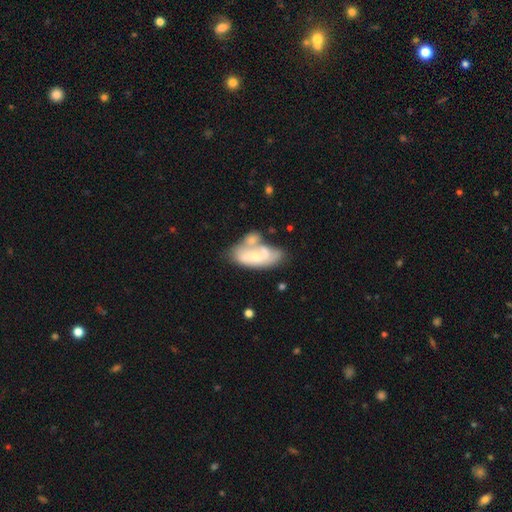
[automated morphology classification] type=featured or disk (55%); edge-on=no (92%); bar=no (68%); spiral arms=yes (56%); bulge=small (50%); merging=merger (45%).